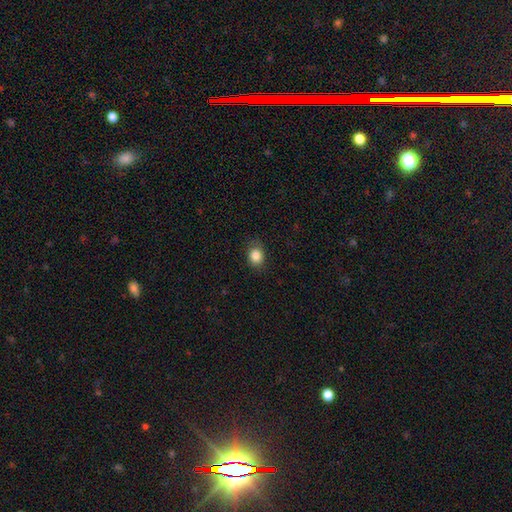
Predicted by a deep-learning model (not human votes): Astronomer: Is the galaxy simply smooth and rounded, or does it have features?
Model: smooth — 85%.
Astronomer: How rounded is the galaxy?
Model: round — 51% (runner-up: in between, 48%).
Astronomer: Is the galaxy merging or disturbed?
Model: none — 82%.